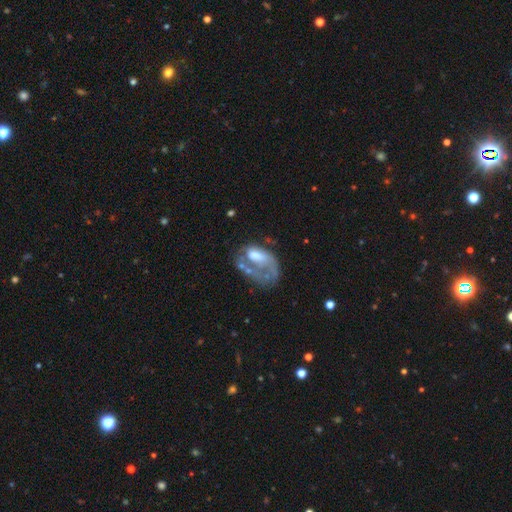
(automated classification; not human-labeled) Smooth or featured? Predicted: featured or disk (p=0.58). Edge-on disk? Predicted: no (p=0.97). Bar? Predicted: no (p=0.73). Spiral arms? Predicted: no (p=0.65). Bulge size? Predicted: moderate (p=0.41). Merging? Predicted: major disturbance (p=0.43).